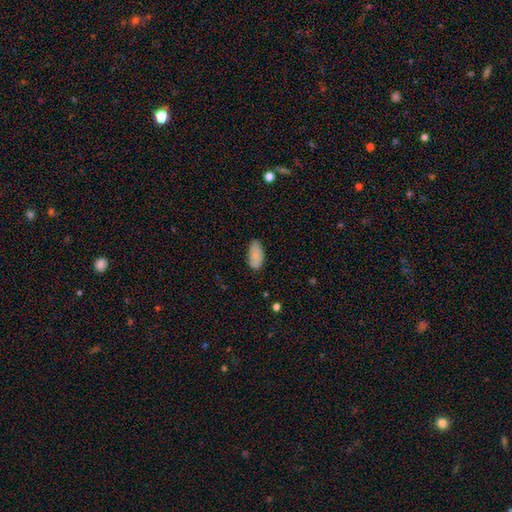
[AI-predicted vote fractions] The model was most divided on "merging": none: 72%, minor disturbance: 23%, major disturbance: 4%, merger: 1%. More confident: how rounded — in between (94%); smooth or featured — smooth (84%).